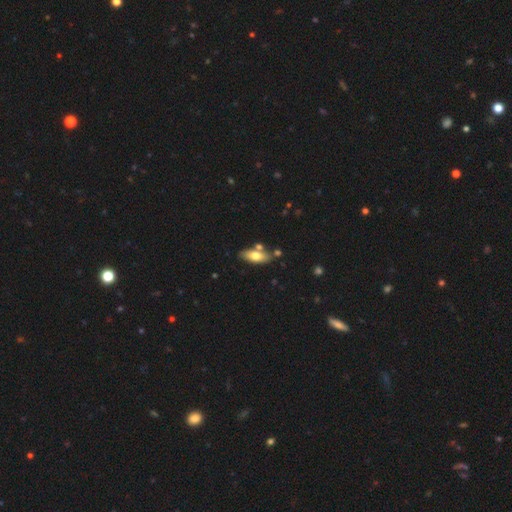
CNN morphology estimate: type=smooth (67%); roundness=in between (77%); merging=none (71%).